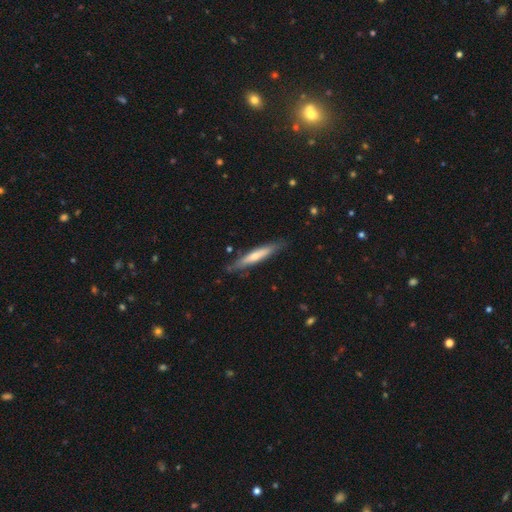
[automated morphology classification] Smooth or featured: featured or disk — 48% (smooth — 46%)
Merging: none — 85% (minor disturbance — 12%)